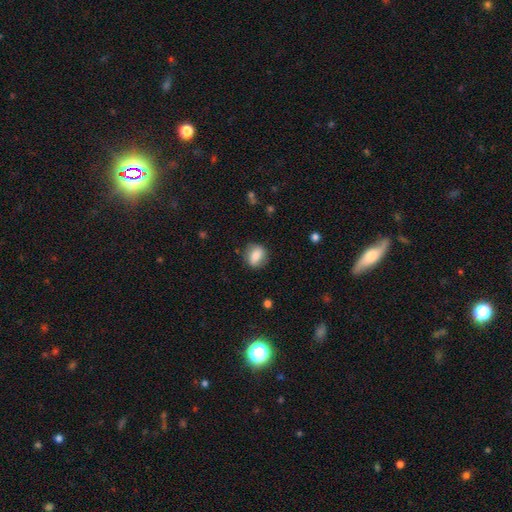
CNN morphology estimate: Smooth or featured? Predicted: smooth (p=0.75). How rounded? Predicted: round (p=0.58). Merging? Predicted: none (p=0.80).